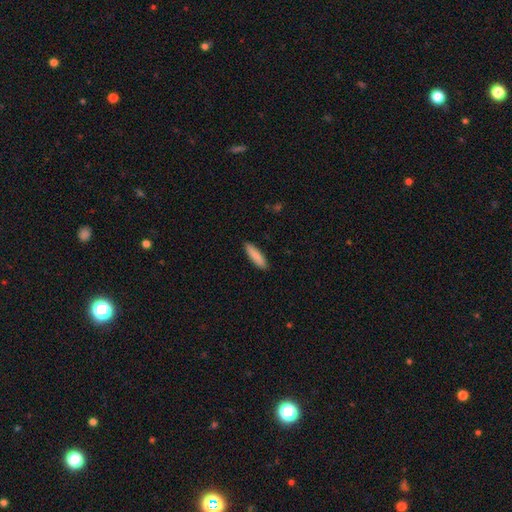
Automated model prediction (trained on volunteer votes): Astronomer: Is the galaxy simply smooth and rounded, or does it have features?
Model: smooth — 86%.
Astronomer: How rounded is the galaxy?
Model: cigar-shaped — 72%.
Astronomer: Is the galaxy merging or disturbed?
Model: none — 89%.